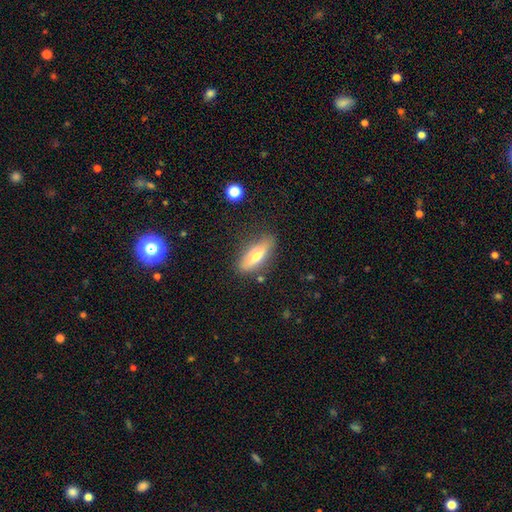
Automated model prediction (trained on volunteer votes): smooth-or-featured: smooth: 57% | featured or disk: 36% | star or artifact: 7%
  how-rounded: in between: 52% | cigar-shaped: 45% | round: 3%
  merging: none: 80% | minor disturbance: 14% | major disturbance: 4% | merger: 3%